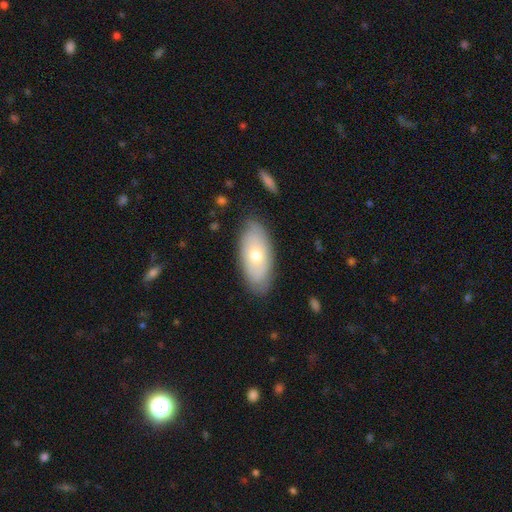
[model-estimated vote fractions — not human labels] Smooth or featured: smooth — 59% (featured or disk — 35%)
How rounded: in between — 91% (cigar-shaped — 6%)
Merging: none — 83% (minor disturbance — 13%)